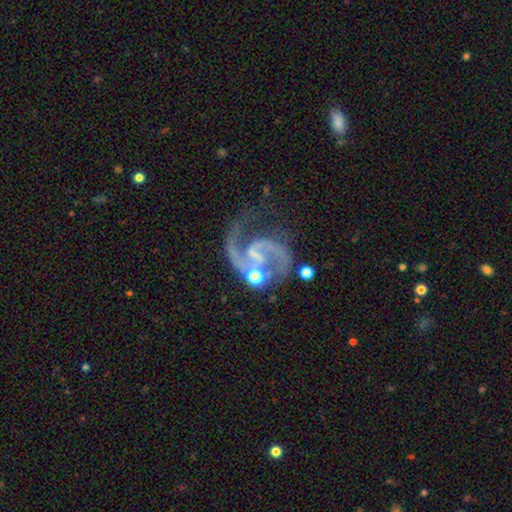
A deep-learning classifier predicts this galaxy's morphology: A featured or disk galaxy (90%) with a weak bar (44%), 2 (84%) medium (58%) spiral arms (97%) and a small central bulge (47%). Merging: none (51%).